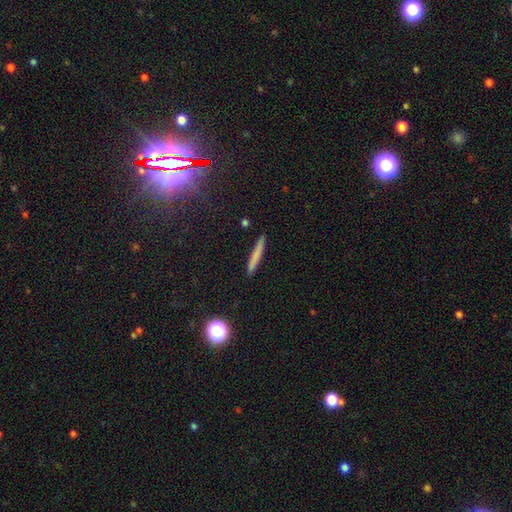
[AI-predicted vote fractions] smooth_or_featured: smooth (p=0.71) [alt: featured or disk p=0.20]
how_rounded: cigar-shaped (p=0.95) [alt: in between p=0.03]
merging: none (p=0.90) [alt: minor disturbance p=0.07]